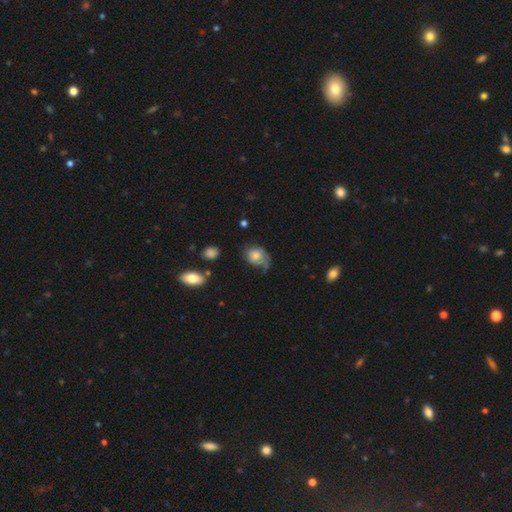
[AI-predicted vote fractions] smooth_or_featured: smooth (p=0.61) [alt: featured or disk p=0.30]
how_rounded: in between (p=0.58) [alt: round p=0.40]
merging: none (p=0.35) [alt: minor disturbance p=0.33]